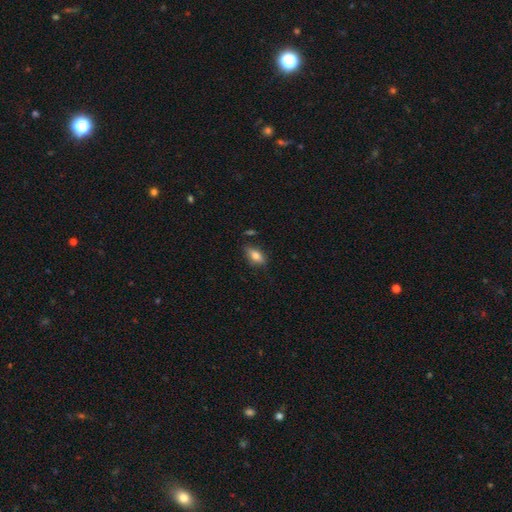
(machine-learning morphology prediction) A smooth galaxy with no disk features (78%) that is in between round and cigar-shaped (85%).

Vote fractions:
- Smooth or featured? smooth: 78% / featured or disk: 14% / star or artifact: 8%
- How rounded? in between: 85% / cigar-shaped: 10% / round: 5%
- Merging? none: 77% / minor disturbance: 17% / merger: 3% / major disturbance: 3%